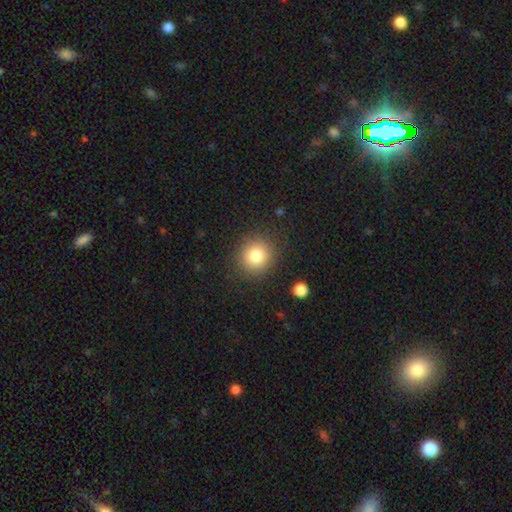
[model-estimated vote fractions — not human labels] Q: Smooth or featured?
A: smooth (80%); runner-up: star or artifact (12%)
Q: How rounded?
A: round (89%); runner-up: in between (10%)
Q: Merging?
A: none (88%); runner-up: minor disturbance (7%)